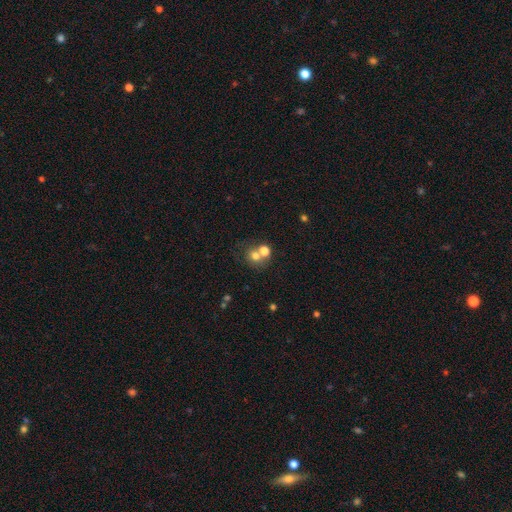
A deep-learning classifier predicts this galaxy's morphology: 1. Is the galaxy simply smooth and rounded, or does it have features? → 69% smooth, 16% featured or disk, 15% star or artifact.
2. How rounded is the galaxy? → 77% round, 22% in between, 1% cigar-shaped.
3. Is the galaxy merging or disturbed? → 44% merger, 43% none, 8% minor disturbance, 5% major disturbance.